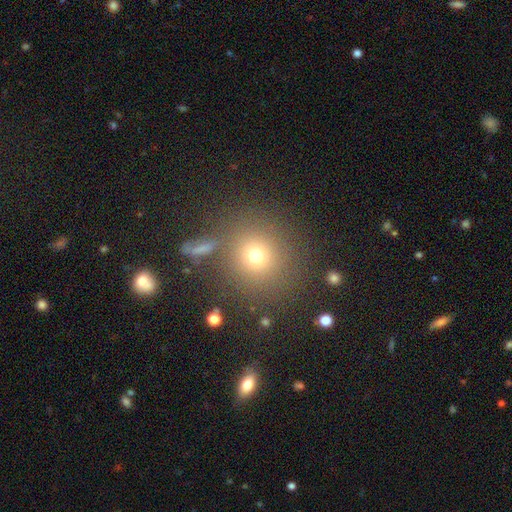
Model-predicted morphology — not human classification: Q: Smooth or featured?
A: smooth (71%); runner-up: star or artifact (19%)
Q: How rounded?
A: round (90%); runner-up: in between (9%)
Q: Merging?
A: none (81%); runner-up: minor disturbance (9%)